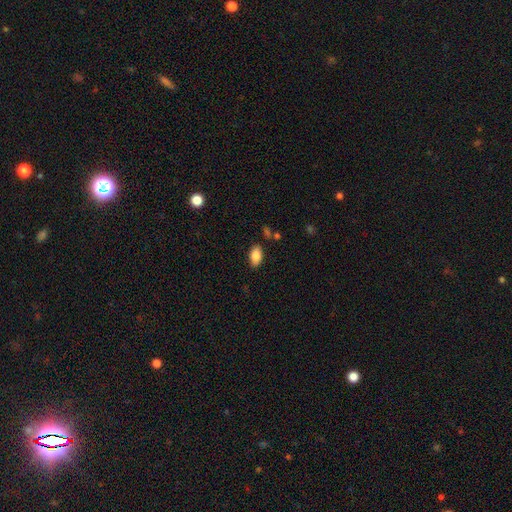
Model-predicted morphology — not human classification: This is clearly a smooth galaxy (85%). How rounded: clearly in between (92%). Merging: clearly none (83%).